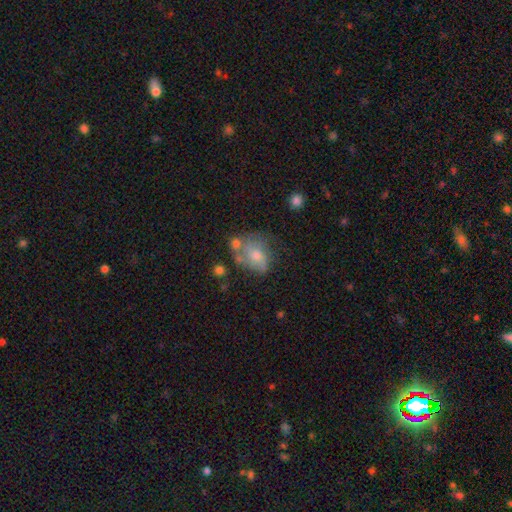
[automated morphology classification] smooth_or_featured: featured or disk (p=0.46) [alt: smooth p=0.44]
merging: none (p=0.40) [alt: minor disturbance p=0.26]